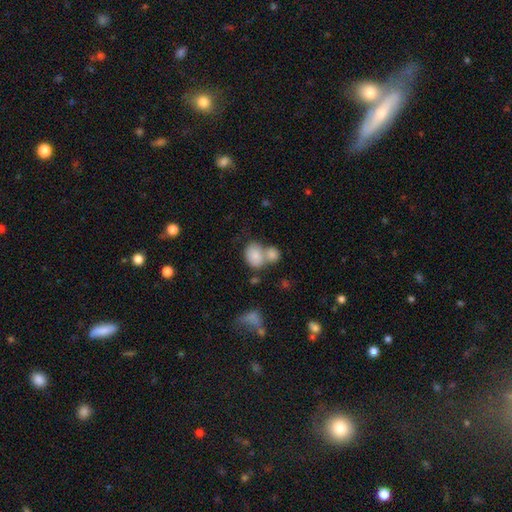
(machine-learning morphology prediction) type=smooth (81%); roundness=in between (57%); merging=merger (55%).